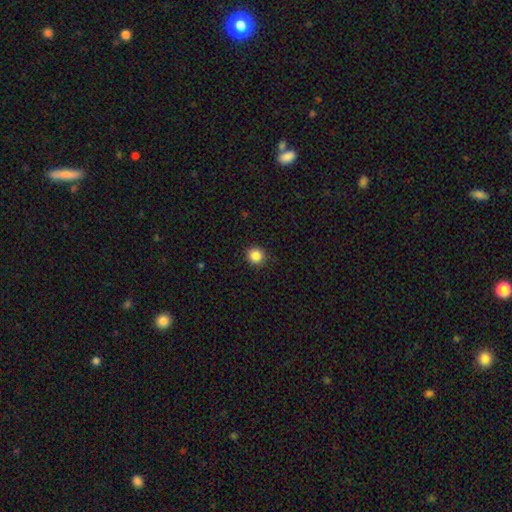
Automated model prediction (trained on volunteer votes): Q: Smooth or featured?
A: smooth (86%); runner-up: star or artifact (11%)
Q: How rounded?
A: round (92%); runner-up: in between (7%)
Q: Merging?
A: none (92%); runner-up: minor disturbance (6%)